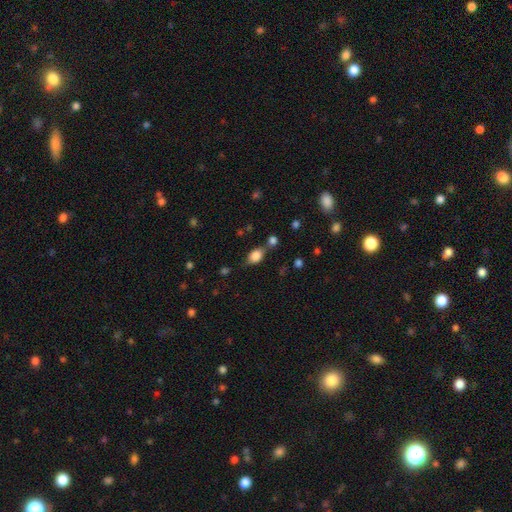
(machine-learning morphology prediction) type=smooth (82%); roundness=in between (80%); merging=none (61%).